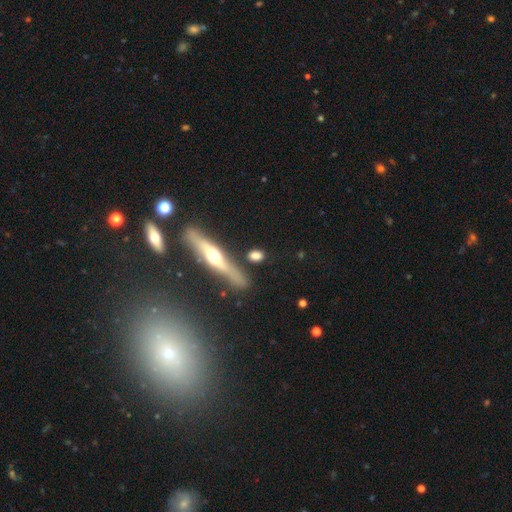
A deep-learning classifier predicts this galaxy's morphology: Smooth or featured? smooth (67%)
How rounded? in between (48%)
Merging? none (76%)